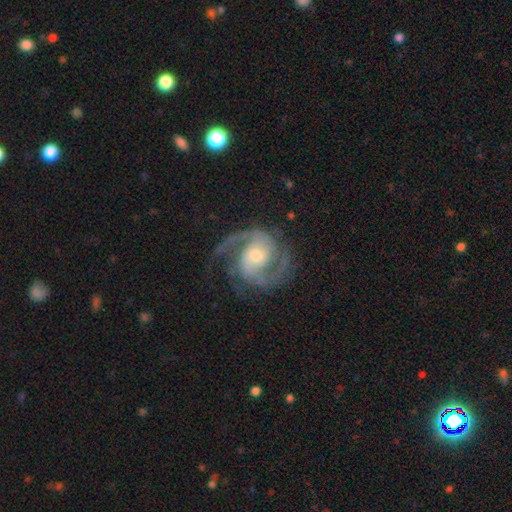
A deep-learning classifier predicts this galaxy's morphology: featured or disk 92%, star or artifact 4%, smooth 4%. Down the decision tree: edge-on disk — no (98%); bar — no (53%); spiral arms — yes (98%); spiral arm count — 2 (79%); spiral winding — medium (56%); bulge size — moderate (58%); merging — none (74%).